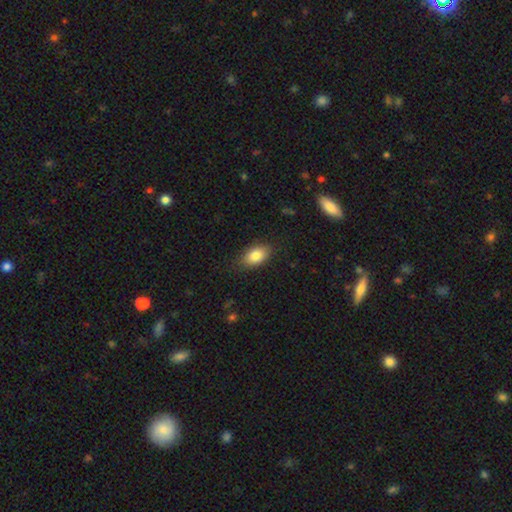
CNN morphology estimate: smooth-or-featured: smooth: 84% | featured or disk: 9% | star or artifact: 7%
  how-rounded: in between: 90% | round: 7% | cigar-shaped: 2%
  merging: none: 83% | minor disturbance: 13% | major disturbance: 3% | merger: 1%